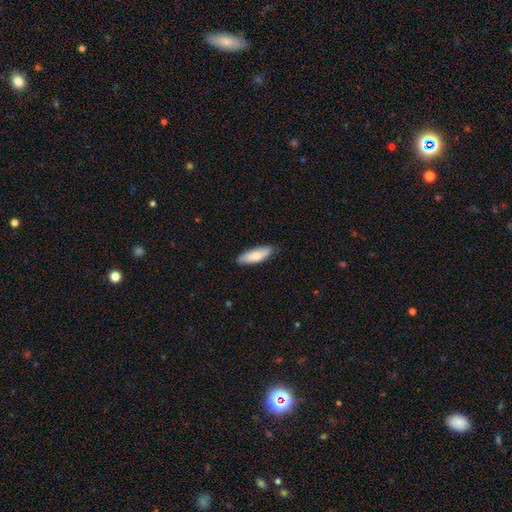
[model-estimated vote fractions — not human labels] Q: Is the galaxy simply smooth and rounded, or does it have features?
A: smooth — 75%.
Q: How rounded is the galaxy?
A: in between — 53%.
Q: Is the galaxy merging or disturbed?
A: none — 86%.